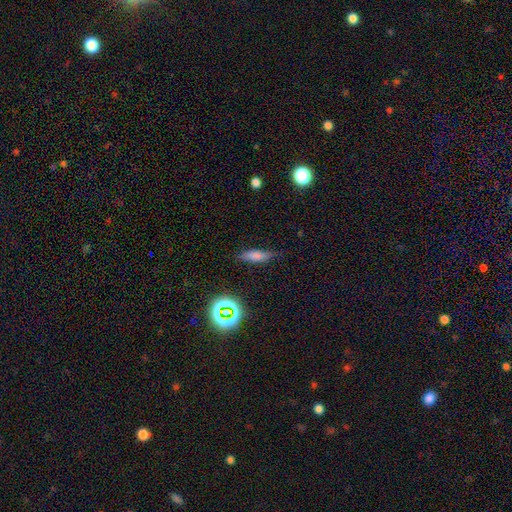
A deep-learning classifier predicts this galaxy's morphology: A smooth galaxy with no disk features (69%) that is cigar-shaped (54%). Merging: none (77%).